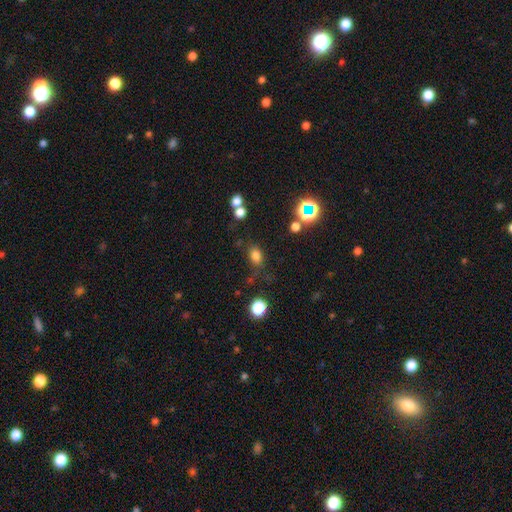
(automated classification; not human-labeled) smooth_or_featured: smooth (p=0.76) [alt: star or artifact p=0.17]
how_rounded: in between (p=0.66) [alt: round p=0.32]
merging: none (p=0.70) [alt: minor disturbance p=0.16]